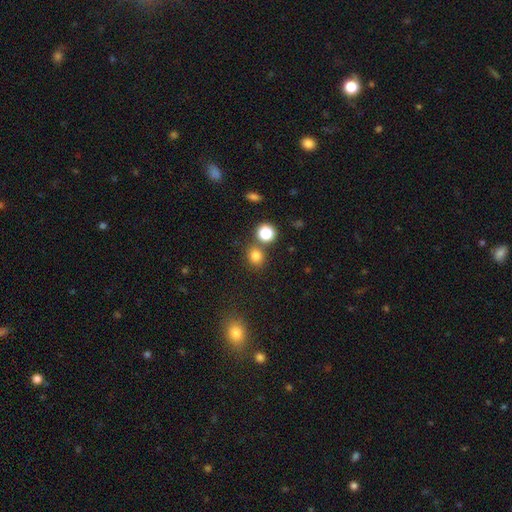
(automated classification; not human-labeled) Smooth or featured? smooth (79%)
How rounded? round (80%)
Merging? none (72%)